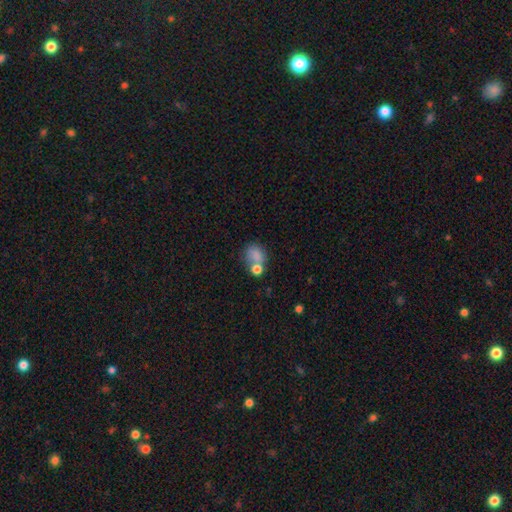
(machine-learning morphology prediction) This is likely a smooth galaxy (76%). How rounded: possibly round (53%). Merging: marginally merger (38%, tied with none).